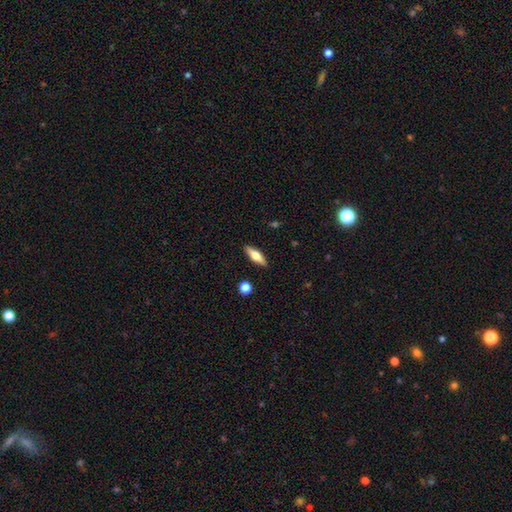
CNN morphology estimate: Q: Smooth or featured?
A: smooth (49%); runner-up: featured or disk (45%)
Q: Merging?
A: none (89%); runner-up: minor disturbance (8%)